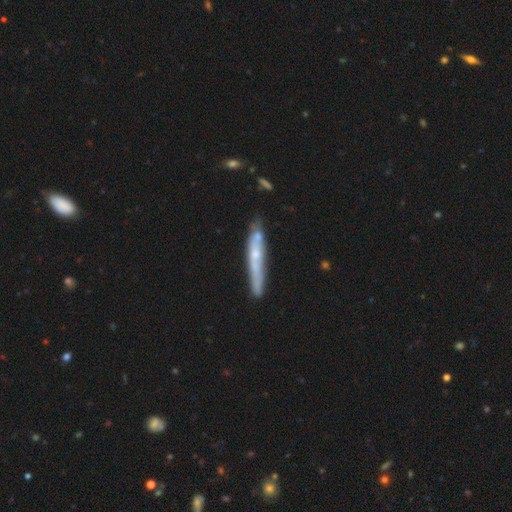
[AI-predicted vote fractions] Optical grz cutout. It shows a featured or disk galaxy (55%) viewed edge-on (83%). Merging: none (73%).